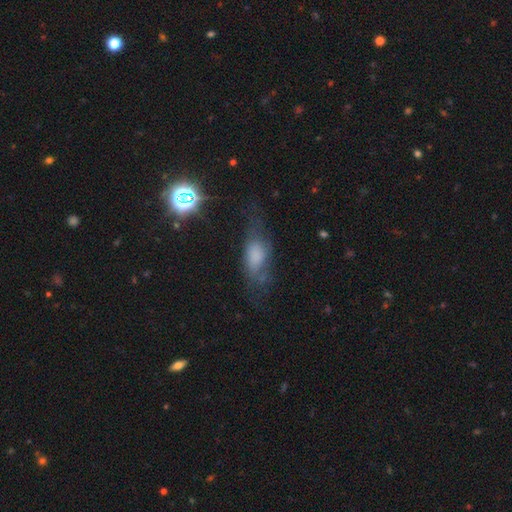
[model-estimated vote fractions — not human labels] Morphology: type=smooth (58%); roundness=in between (77%); merging=none (44%).